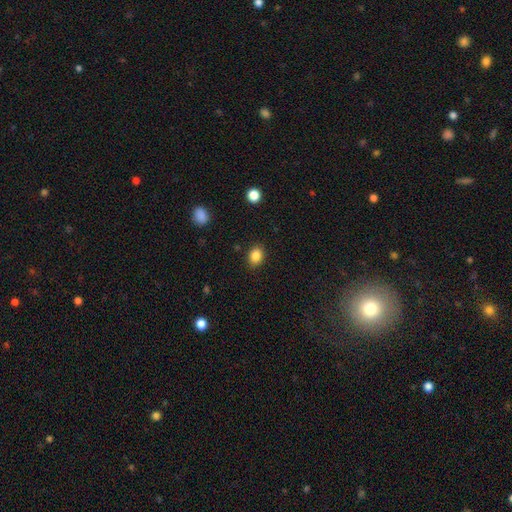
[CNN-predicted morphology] This is clearly a smooth galaxy (85%). How rounded: possibly in between (57%). Merging: clearly none (88%).